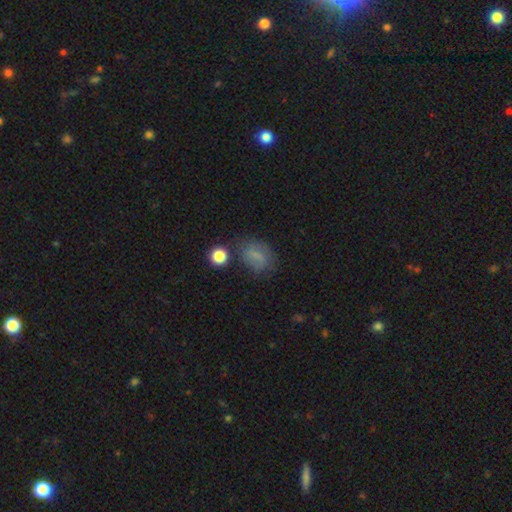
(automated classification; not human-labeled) smooth_or_featured: smooth (p=0.67) [alt: featured or disk p=0.19]
how_rounded: in between (p=0.68) [alt: round p=0.30]
merging: none (p=0.63) [alt: minor disturbance p=0.22]